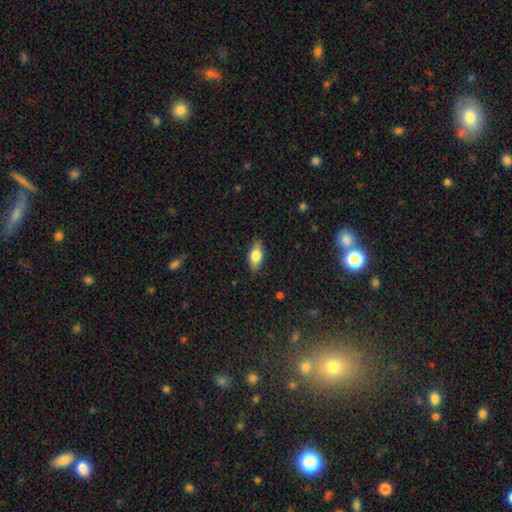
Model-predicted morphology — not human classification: smooth_or_featured: smooth (p=0.73) [alt: featured or disk p=0.20]
how_rounded: in between (p=0.84) [alt: cigar-shaped p=0.12]
merging: none (p=0.85) [alt: minor disturbance p=0.11]